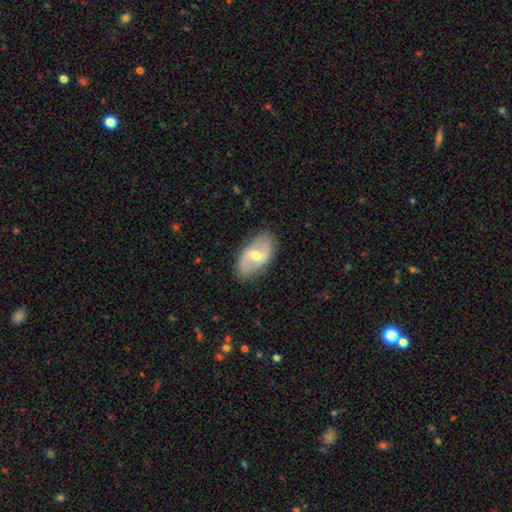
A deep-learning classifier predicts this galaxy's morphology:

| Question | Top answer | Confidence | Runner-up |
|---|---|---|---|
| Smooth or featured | featured or disk | 65% | smooth (29%) |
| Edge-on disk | no | 93% | yes (7%) |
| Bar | weak | 49% | no (30%) |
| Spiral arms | yes | 72% | no (28%) |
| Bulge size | moderate | 65% | small (30%) |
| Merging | none | 84% | minor disturbance (12%) |